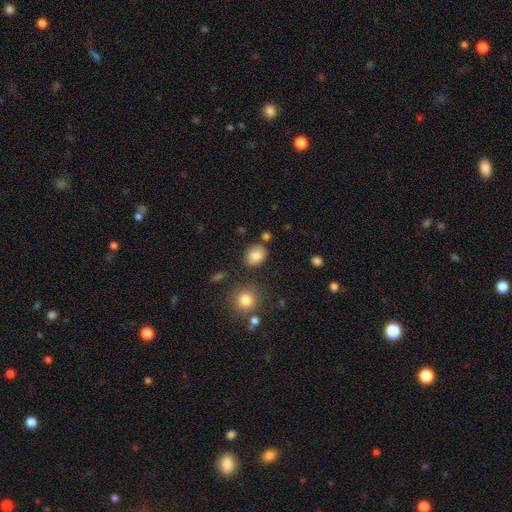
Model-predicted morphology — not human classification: This appears to be a smooth galaxy with no disk features (82%) that is in between round and cigar-shaped (62%). Merging: none (80%).